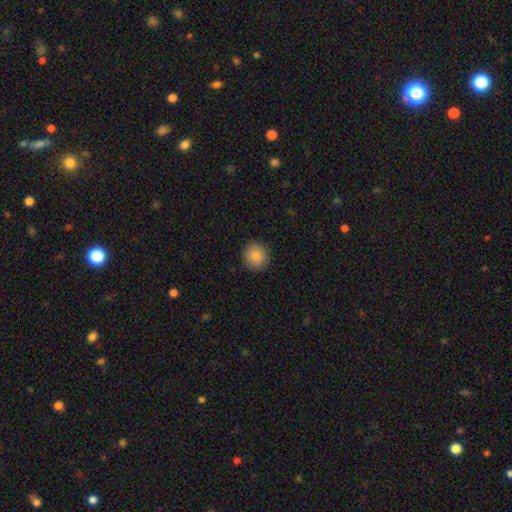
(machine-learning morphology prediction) smooth-or-featured: smooth: 88% | star or artifact: 8% | featured or disk: 4%
  how-rounded: round: 93% | in between: 6% | cigar-shaped: 1%
  merging: none: 91% | minor disturbance: 6% | major disturbance: 2% | merger: 1%